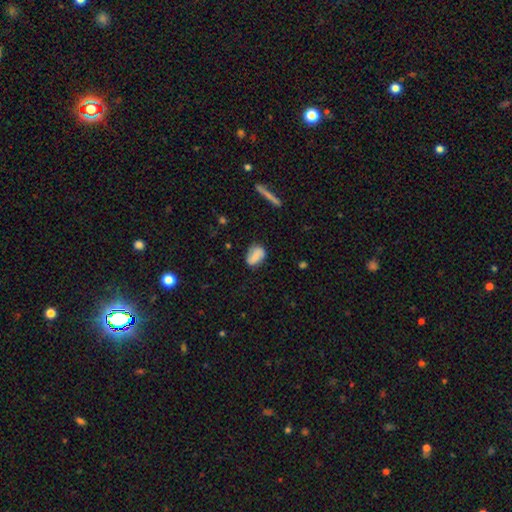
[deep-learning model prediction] Smooth or featured: smooth — 59% (featured or disk — 33%)
How rounded: in between — 81% (round — 16%)
Merging: none — 75% (minor disturbance — 18%)